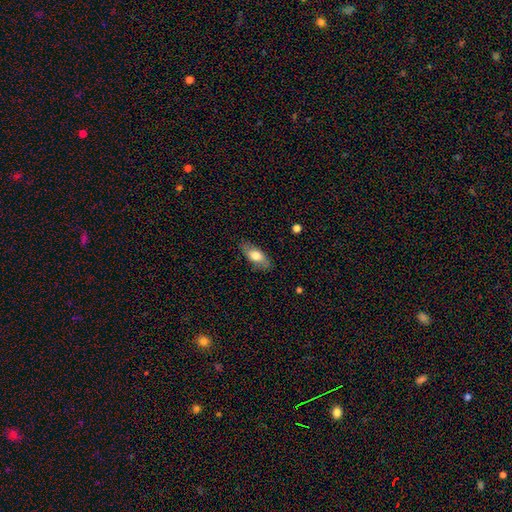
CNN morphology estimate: smooth 69%, featured or disk 25%, star or artifact 6%. Down the decision tree: how rounded — in between (83%); merging — none (83%).